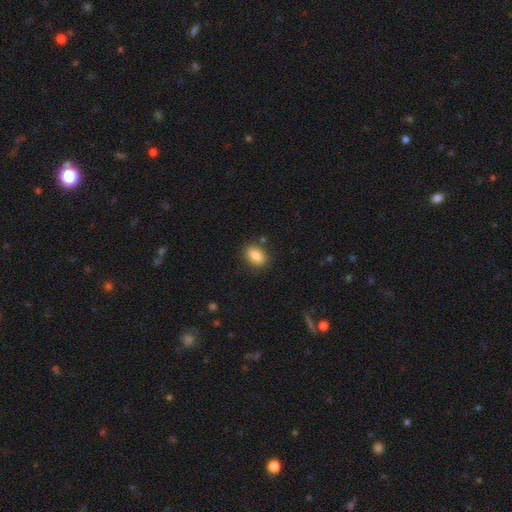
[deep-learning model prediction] Morphology: type=smooth (86%); roundness=in between (85%); merging=none (84%).